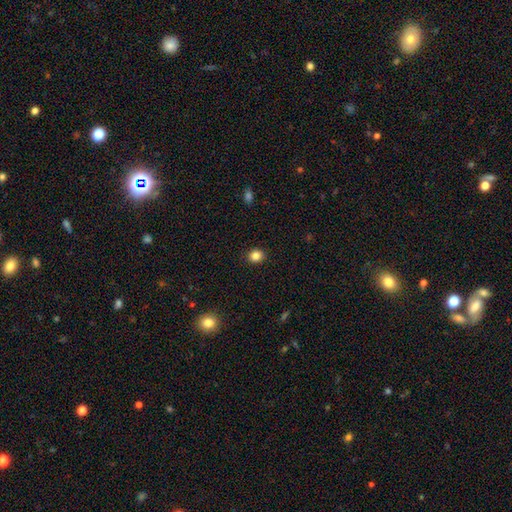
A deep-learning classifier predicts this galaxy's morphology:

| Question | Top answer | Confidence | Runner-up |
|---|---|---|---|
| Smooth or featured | smooth | 84% | star or artifact (11%) |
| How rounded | round | 71% | in between (28%) |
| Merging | none | 91% | minor disturbance (6%) |